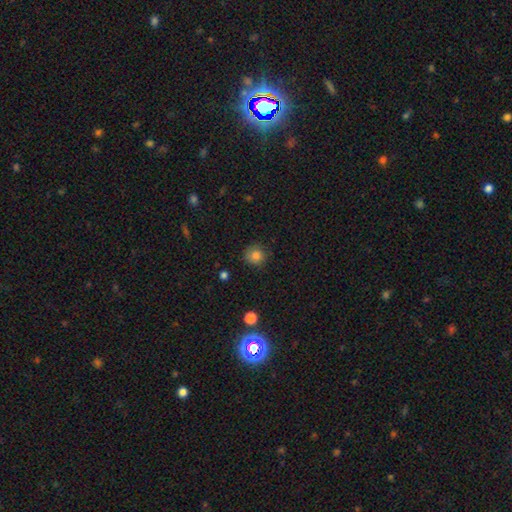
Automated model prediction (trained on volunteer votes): Overall: smooth (83%). How rounded: round (90%). Merging: none (84%).